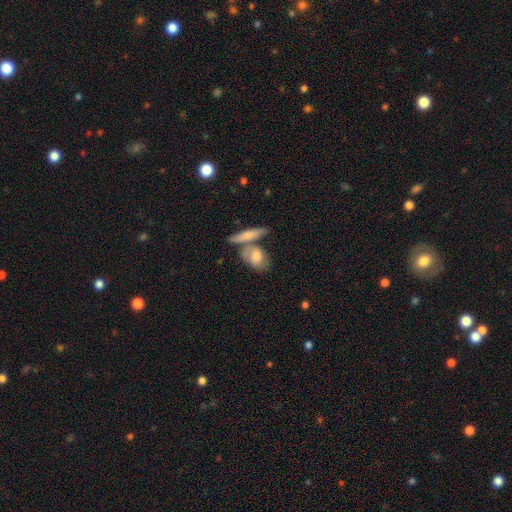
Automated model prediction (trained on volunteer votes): Q: Smooth or featured?
A: smooth (66%); runner-up: featured or disk (27%)
Q: How rounded?
A: in between (61%); runner-up: round (20%)
Q: Merging?
A: none (50%); runner-up: merger (32%)